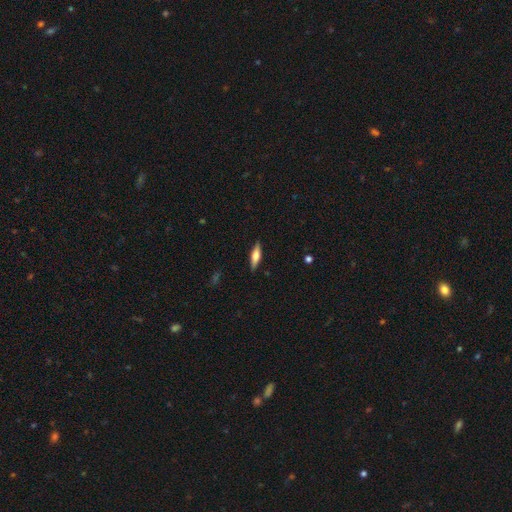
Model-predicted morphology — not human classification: smooth_or_featured: smooth (p=0.59) [alt: featured or disk p=0.35]
how_rounded: cigar-shaped (p=0.58) [alt: in between p=0.40]
merging: none (p=0.88) [alt: minor disturbance p=0.09]